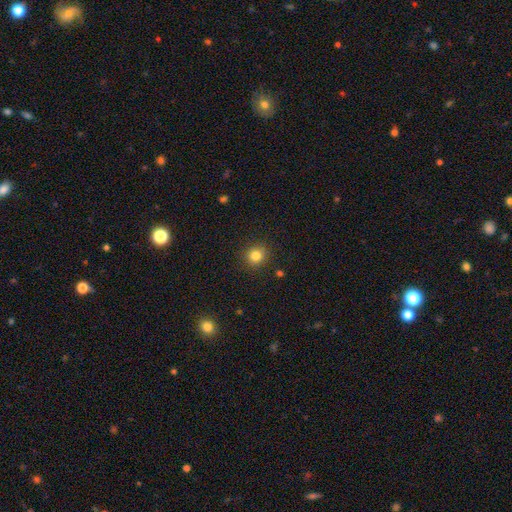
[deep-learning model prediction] smooth 83%, star or artifact 12%, featured or disk 6%. Down the decision tree: how rounded — round (88%); merging — none (89%).